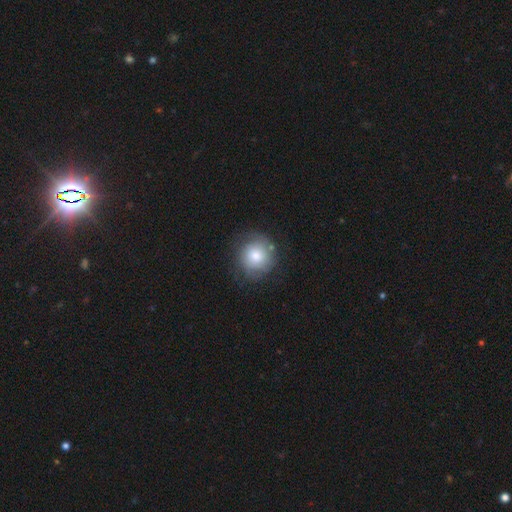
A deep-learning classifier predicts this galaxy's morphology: This is likely a smooth galaxy (65%). How rounded: clearly round (91%). Merging: likely none (72%).